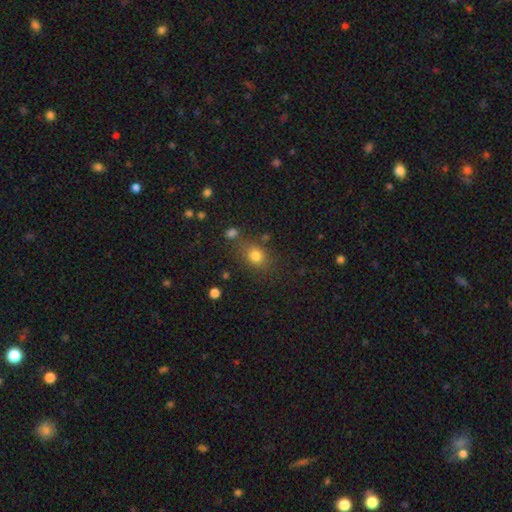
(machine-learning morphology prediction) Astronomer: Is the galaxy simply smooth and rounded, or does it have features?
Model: smooth — 79%.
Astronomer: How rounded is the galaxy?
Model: round — 58% (runner-up: in between, 40%).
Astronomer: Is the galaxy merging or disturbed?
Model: none — 75%.